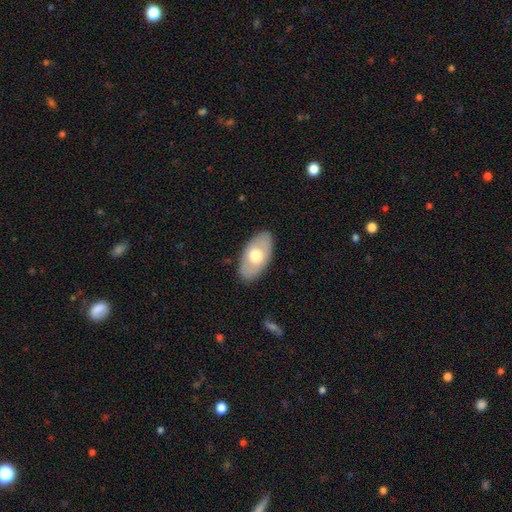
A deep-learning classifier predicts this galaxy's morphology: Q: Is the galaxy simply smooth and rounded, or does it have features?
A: smooth — 58%.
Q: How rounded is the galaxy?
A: in between — 93%.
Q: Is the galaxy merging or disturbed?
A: none — 85%.